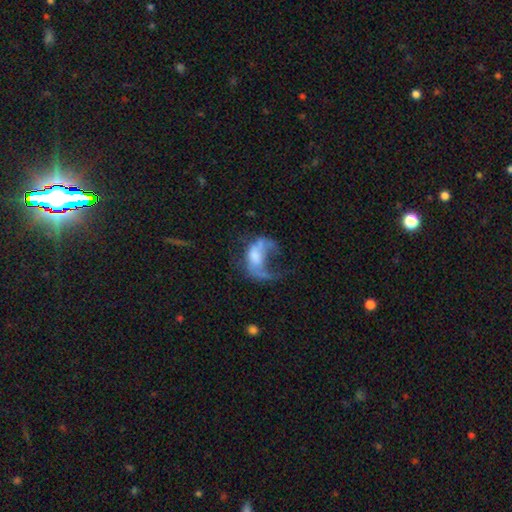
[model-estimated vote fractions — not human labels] smooth_or_featured: featured or disk (p=0.55) [alt: smooth p=0.35]
disk_edge_on: no (p=0.96) [alt: yes p=0.04]
bar: no (p=0.71) [alt: weak p=0.22]
has_spiral_arms: no (p=0.56) [alt: yes p=0.44]
bulge_size: none (p=0.30) [alt: moderate p=0.29]
merging: major disturbance (p=0.59) [alt: none p=0.17]